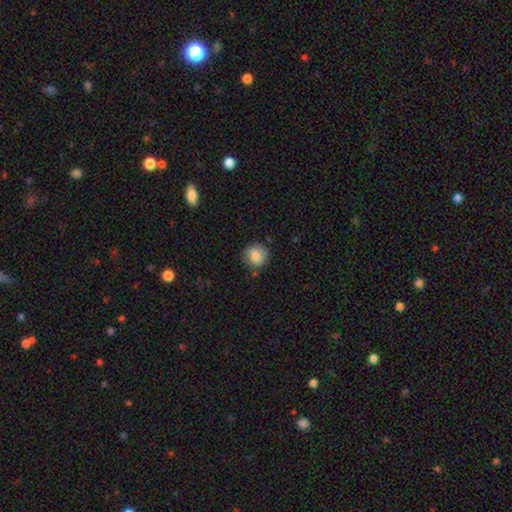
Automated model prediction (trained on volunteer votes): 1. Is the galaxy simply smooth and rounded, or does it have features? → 84% smooth, 8% star or artifact, 8% featured or disk.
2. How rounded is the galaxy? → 88% round, 11% in between, 1% cigar-shaped.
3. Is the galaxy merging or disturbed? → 78% none, 16% minor disturbance, 4% major disturbance, 3% merger.